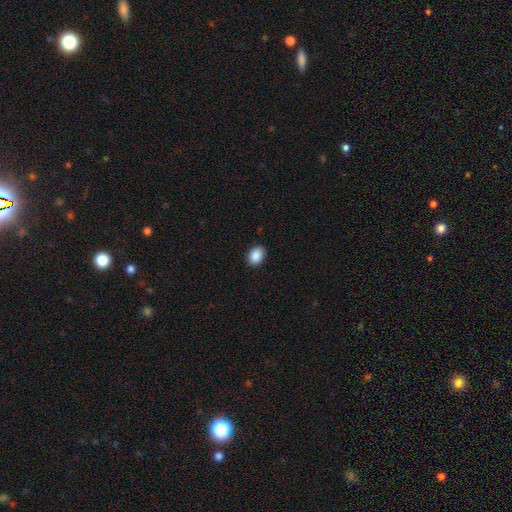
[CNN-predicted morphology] type=smooth (89%); roundness=in between (69%); merging=none (89%).